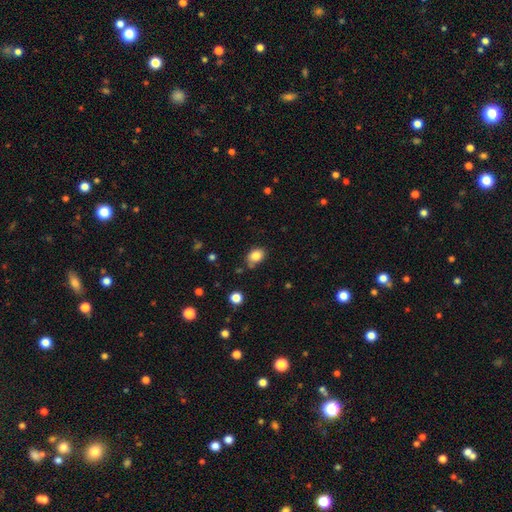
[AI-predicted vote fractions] This is clearly a smooth galaxy (84%). How rounded: likely in between (61%). Merging: likely none (70%).